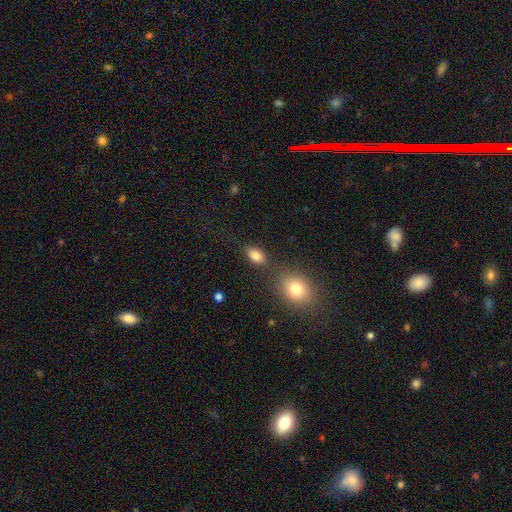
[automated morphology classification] This is clearly a smooth galaxy (82%). How rounded: clearly in between (87%). Merging: likely none (74%).